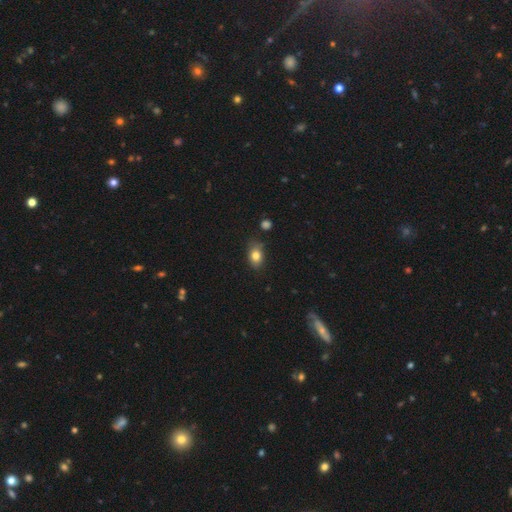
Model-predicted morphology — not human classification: The model was most divided on "how rounded": in between: 76%, round: 22%, cigar-shaped: 2%. More confident: smooth or featured — smooth (80%); merging — none (76%).